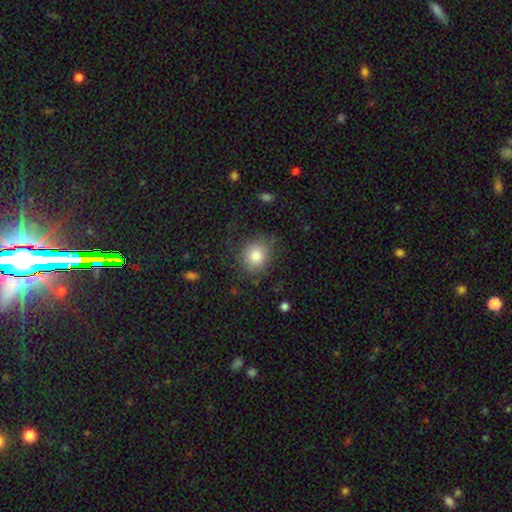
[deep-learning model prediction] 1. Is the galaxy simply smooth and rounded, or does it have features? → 80% smooth, 10% featured or disk, 10% star or artifact.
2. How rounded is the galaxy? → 78% round, 21% in between, 1% cigar-shaped.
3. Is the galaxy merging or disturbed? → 74% none, 16% minor disturbance, 9% major disturbance, 1% merger.